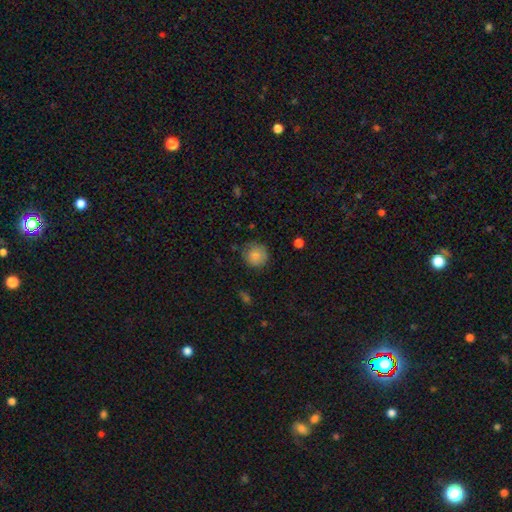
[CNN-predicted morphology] smooth_or_featured: smooth (p=0.82) [alt: featured or disk p=0.09]
how_rounded: round (p=0.93) [alt: in between p=0.07]
merging: none (p=0.77) [alt: minor disturbance p=0.17]